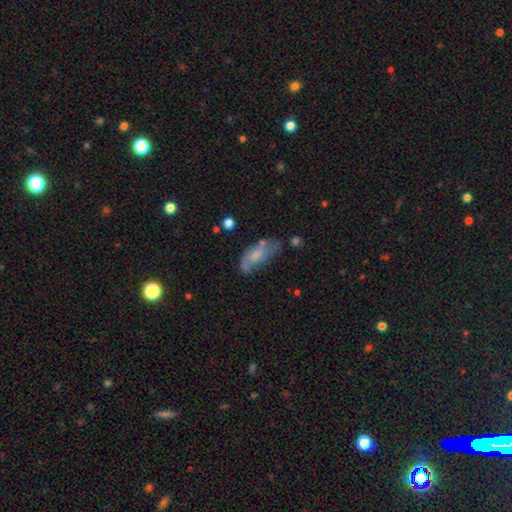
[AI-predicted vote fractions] Overall: smooth (53%; featured or disk 39%). How rounded: in between (82%). Merging: none (45%; minor disturbance 31%).